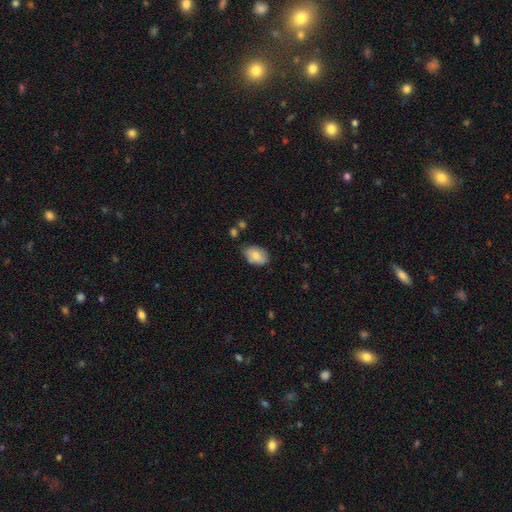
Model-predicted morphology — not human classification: Smooth or featured? Predicted: smooth (p=0.81). How rounded? Predicted: in between (p=0.86). Merging? Predicted: none (p=0.68).